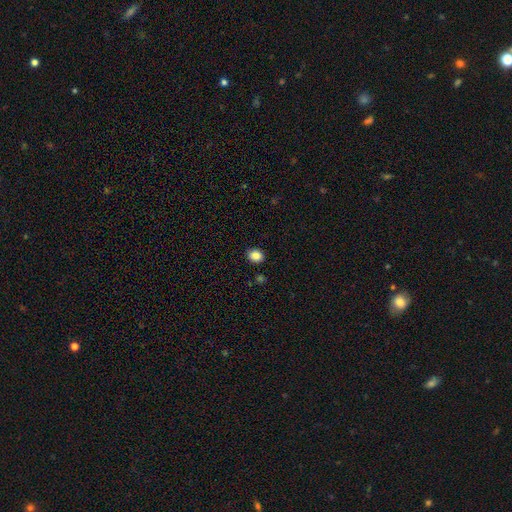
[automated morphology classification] smooth-or-featured: smooth: 87% | star or artifact: 9% | featured or disk: 3%
  how-rounded: round: 56% | in between: 44% | cigar-shaped: 1%
  merging: none: 90% | minor disturbance: 7% | major disturbance: 2% | merger: 2%